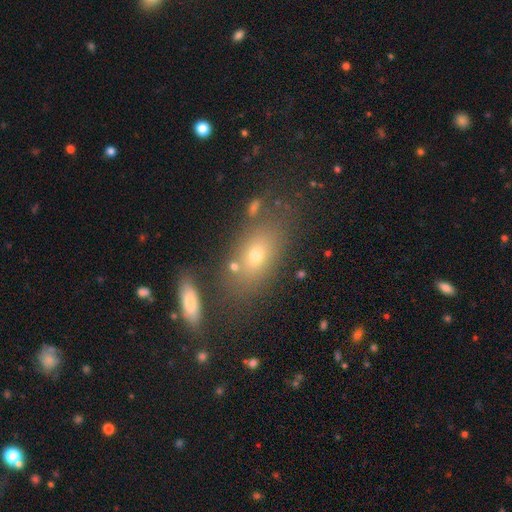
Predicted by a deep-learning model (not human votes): smooth-or-featured: smooth: 67% | featured or disk: 19% | star or artifact: 15%
  how-rounded: in between: 79% | round: 15% | cigar-shaped: 6%
  merging: none: 68% | minor disturbance: 14% | merger: 12% | major disturbance: 6%